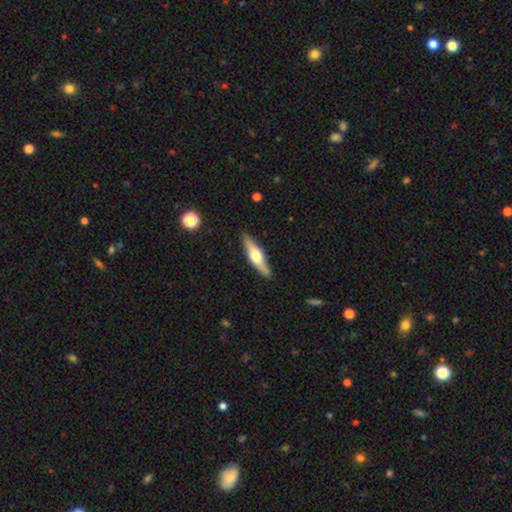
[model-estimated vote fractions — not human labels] featured or disk 58%, smooth 37%, star or artifact 5%. Down the decision tree: edge-on disk — yes (93%); edge-on bulge — rounded (93%); merging — none (88%).